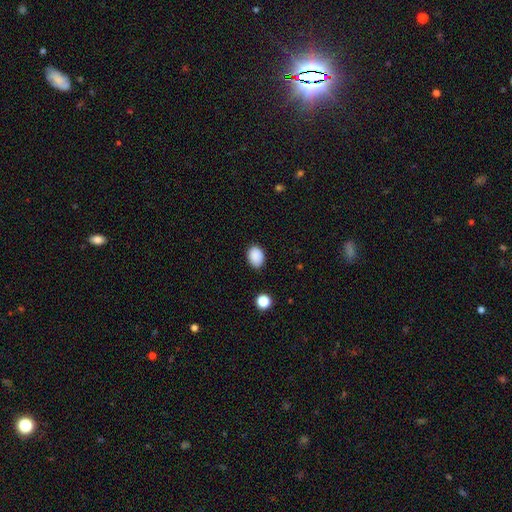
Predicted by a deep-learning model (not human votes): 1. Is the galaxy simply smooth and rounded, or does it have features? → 88% smooth, 9% star or artifact, 3% featured or disk.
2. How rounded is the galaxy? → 72% in between, 27% round, 1% cigar-shaped.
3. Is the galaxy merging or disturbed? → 84% none, 12% minor disturbance, 3% major disturbance, 1% merger.